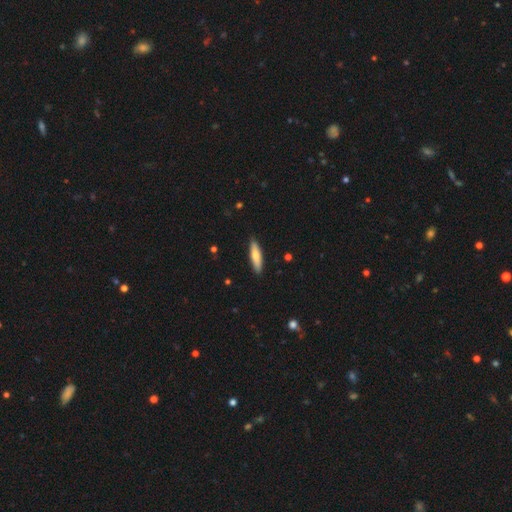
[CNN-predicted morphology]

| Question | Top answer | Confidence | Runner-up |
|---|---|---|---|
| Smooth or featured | smooth | 71% | featured or disk (24%) |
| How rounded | cigar-shaped | 71% | in between (27%) |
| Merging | none | 89% | minor disturbance (9%) |